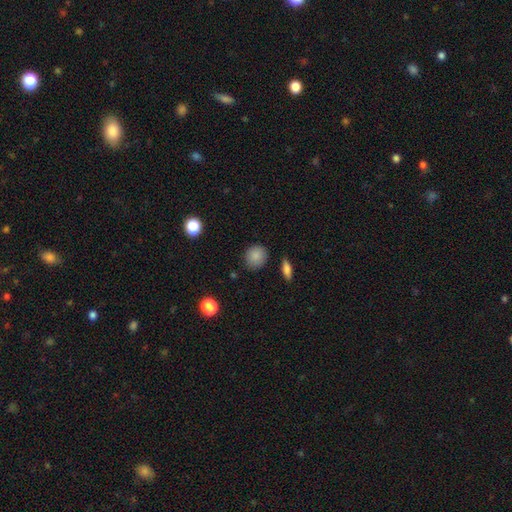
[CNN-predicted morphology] type=smooth (85%); roundness=round (77%); merging=none (82%).